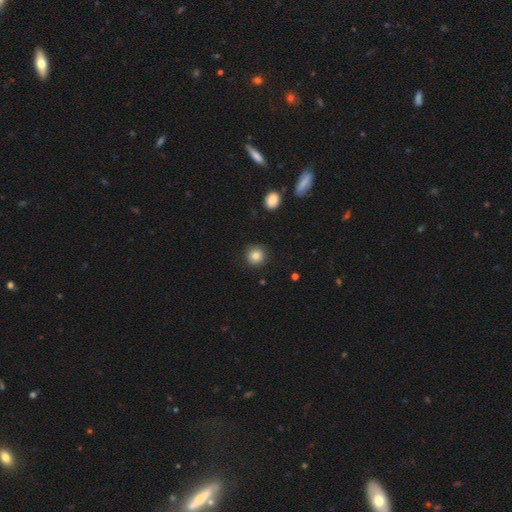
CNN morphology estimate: This appears to be a smooth galaxy with no disk features (84%) that is round (93%). Merging: none (89%).